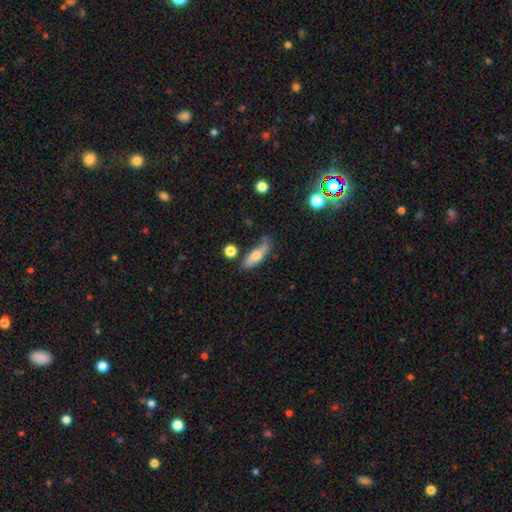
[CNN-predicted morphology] smooth 63%, featured or disk 30%, star or artifact 7%. Down the decision tree: how rounded — in between (53%); merging — none (59%).